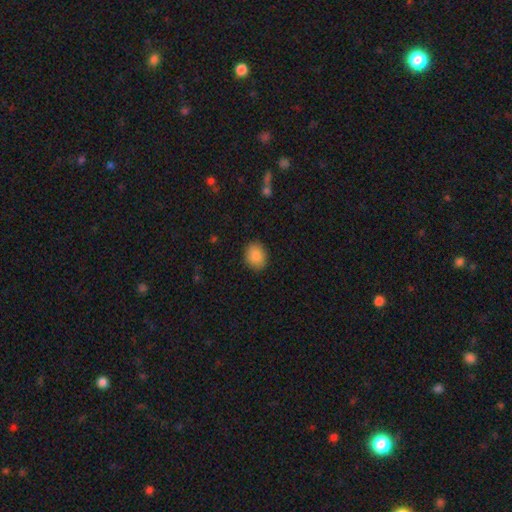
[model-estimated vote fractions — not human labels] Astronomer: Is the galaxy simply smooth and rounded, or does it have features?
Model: smooth — 86%.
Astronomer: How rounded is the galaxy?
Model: in between — 50% (runner-up: round, 49%).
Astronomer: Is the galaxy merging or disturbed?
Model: none — 88%.